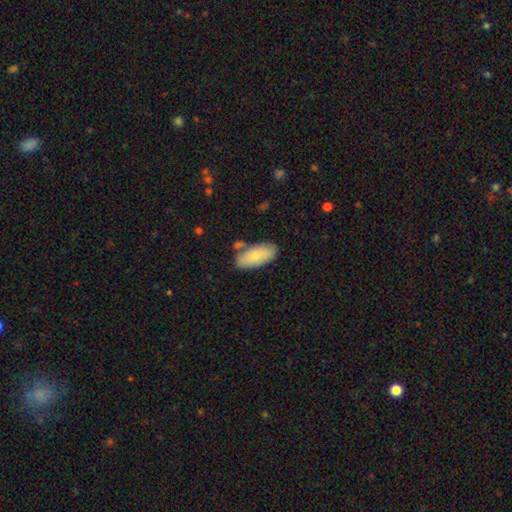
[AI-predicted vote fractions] Overall: smooth (73%). How rounded: in between (90%). Merging: none (71%).